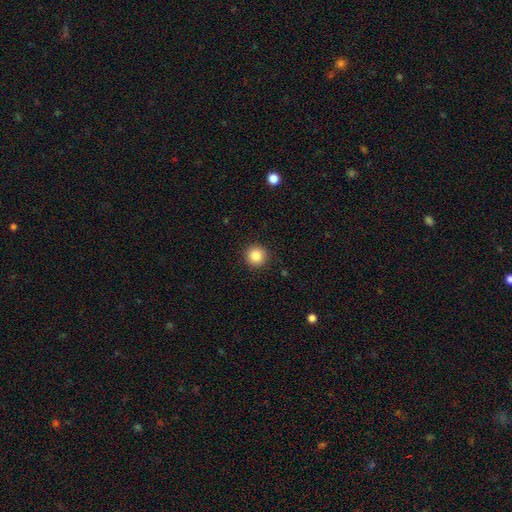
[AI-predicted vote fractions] Smooth or featured: smooth — 86% (star or artifact — 10%)
How rounded: round — 94% (in between — 5%)
Merging: none — 91% (minor disturbance — 6%)